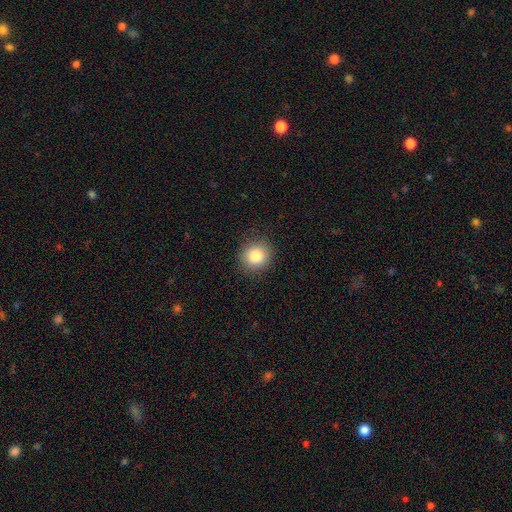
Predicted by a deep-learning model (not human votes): Morphology: type=smooth (83%); roundness=round (87%); merging=none (90%).